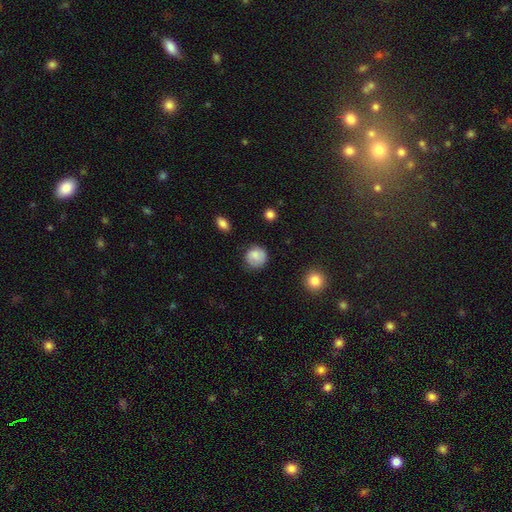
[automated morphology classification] Q: Smooth or featured?
A: smooth (80%); runner-up: featured or disk (12%)
Q: How rounded?
A: round (87%); runner-up: in between (12%)
Q: Merging?
A: none (75%); runner-up: minor disturbance (19%)